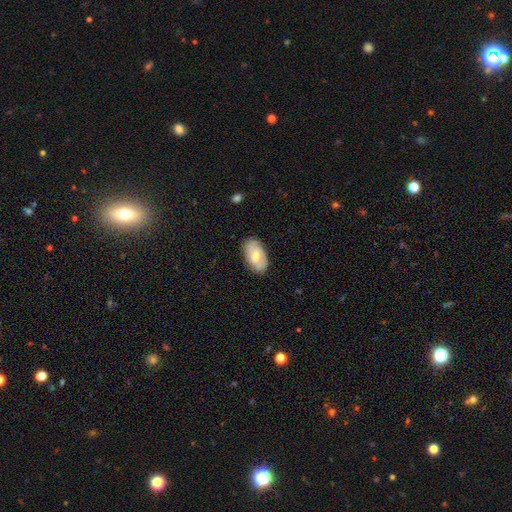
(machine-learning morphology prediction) This appears to be a smooth galaxy with no disk features (51%) that is in between round and cigar-shaped (93%). Merging: none (80%).